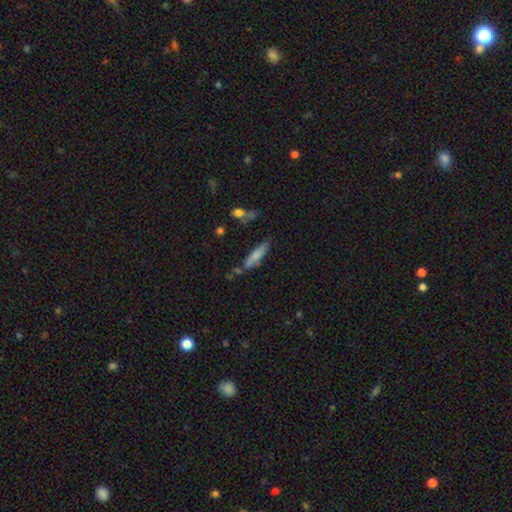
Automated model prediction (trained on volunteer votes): This appears to be a smooth galaxy with no disk features (75%) that is cigar-shaped (73%). Merging: none (65%).